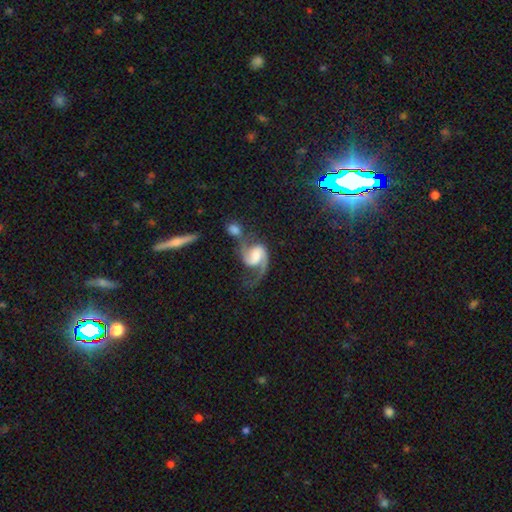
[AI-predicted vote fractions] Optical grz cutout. It shows a featured or disk galaxy (88%) with a weak bar (45%), 2 (89%) medium (50%) spiral arms (97%) and a moderate central bulge (28%, tied with large). Merging: none (41%).